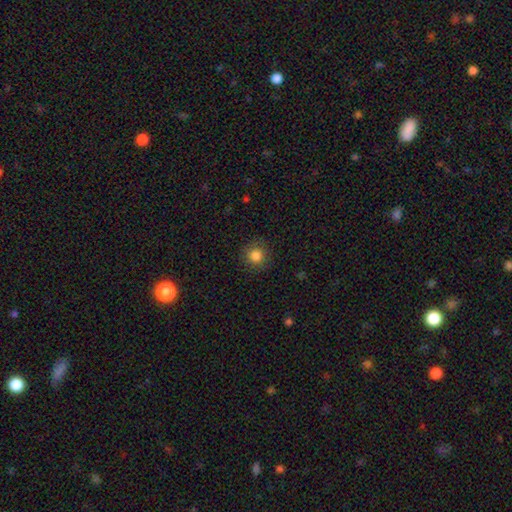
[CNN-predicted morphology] Smooth or featured? smooth (84%)
How rounded? round (93%)
Merging? none (87%)